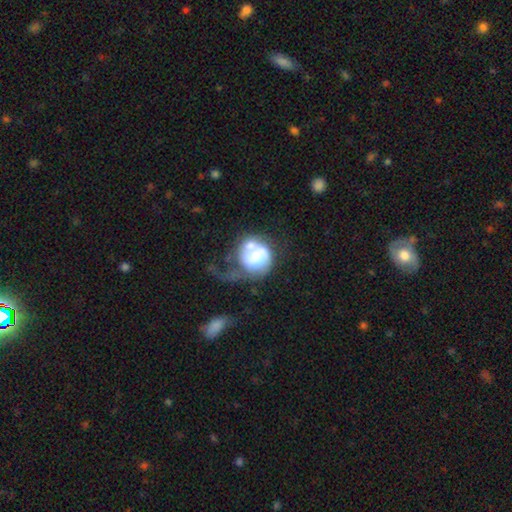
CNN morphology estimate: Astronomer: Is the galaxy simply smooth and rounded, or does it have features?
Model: featured or disk — 48% (runner-up: smooth, 44%).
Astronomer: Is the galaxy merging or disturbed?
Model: major disturbance — 38% (runner-up: merger, 30%).